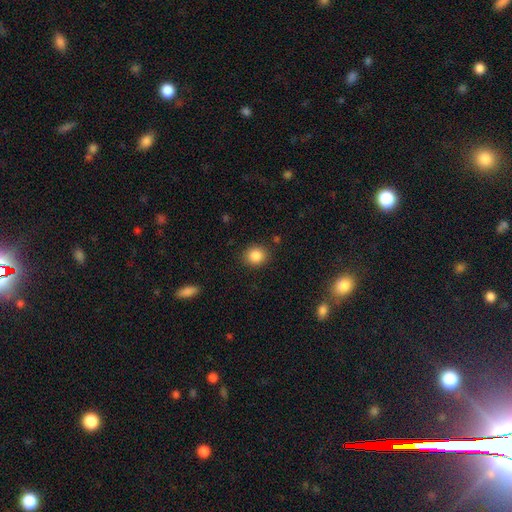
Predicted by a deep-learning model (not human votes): The model was most divided on "how rounded": round: 74%, in between: 25%, cigar-shaped: 1%. More confident: merging — none (87%); smooth or featured — smooth (86%).